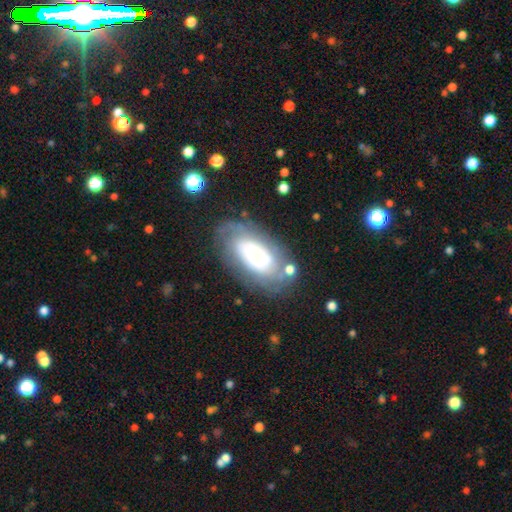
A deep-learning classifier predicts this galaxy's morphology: Smooth or featured: featured or disk — 61% (smooth — 31%)
Edge-on disk: no — 94% (yes — 6%)
Bar: no — 78% (weak — 16%)
Spiral arms: yes — 72% (no — 28%)
Bulge size: small — 36% (large — 26%)
Merging: none — 64% (minor disturbance — 21%)